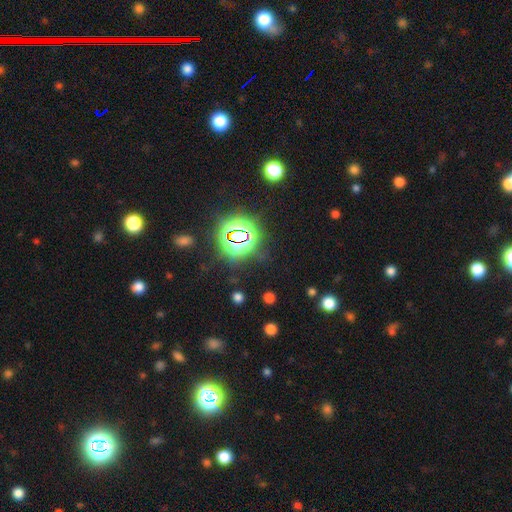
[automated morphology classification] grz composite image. It shows a star or artifact, not a galaxy (69%).